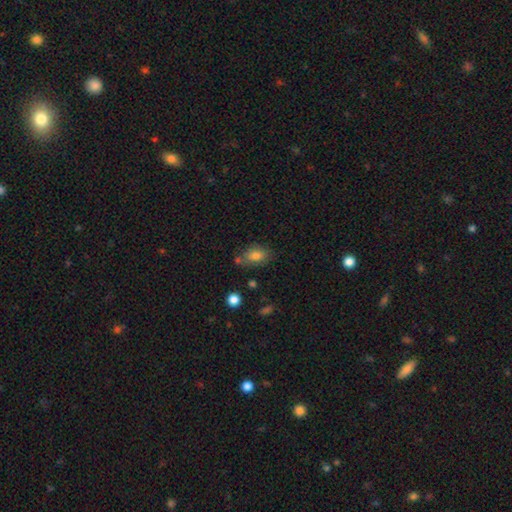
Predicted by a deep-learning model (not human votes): The model was most divided on "merging": none: 67%, minor disturbance: 18%, merger: 10%, major disturbance: 5%. More confident: how rounded — in between (80%); smooth or featured — smooth (80%).